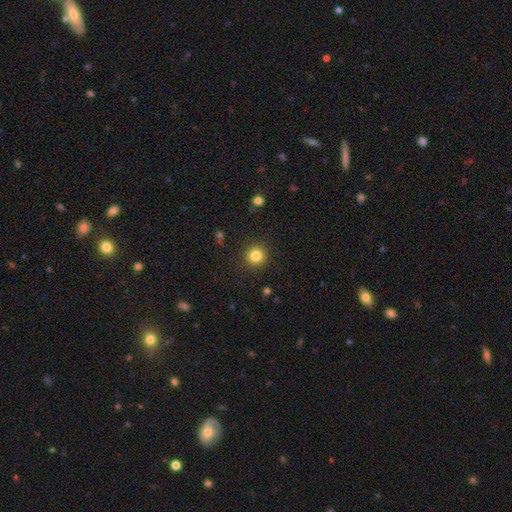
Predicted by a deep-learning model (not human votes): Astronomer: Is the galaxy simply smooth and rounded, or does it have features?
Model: smooth — 83%.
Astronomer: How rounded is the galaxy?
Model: round — 94%.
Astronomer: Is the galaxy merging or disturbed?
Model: none — 91%.